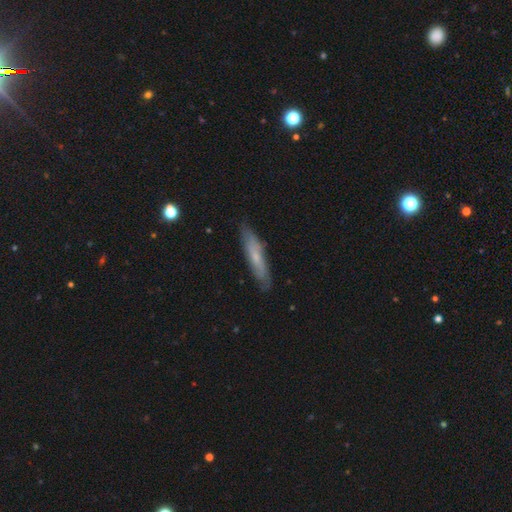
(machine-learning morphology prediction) This is possibly a smooth galaxy (52%). How rounded: clearly cigar-shaped (84%). Merging: clearly none (83%).